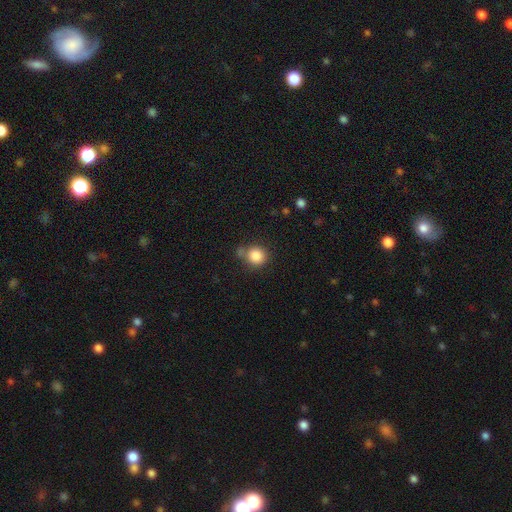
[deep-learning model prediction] Smooth or featured? smooth (85%)
How rounded? round (88%)
Merging? none (64%)